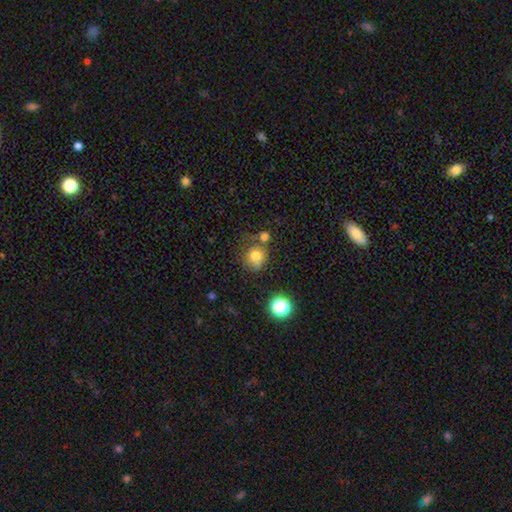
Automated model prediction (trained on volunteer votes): Morphology: type=smooth (77%); roundness=round (81%); merging=none (54%).